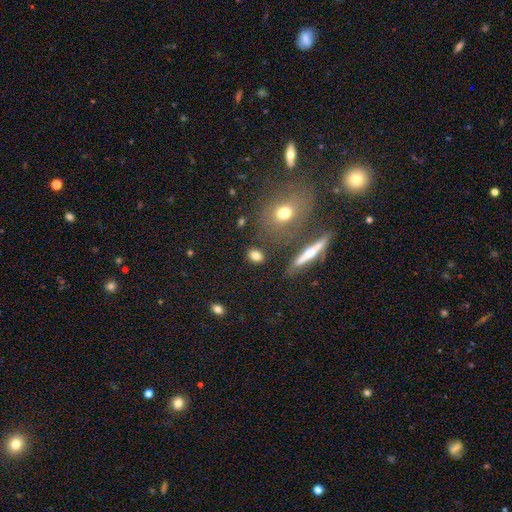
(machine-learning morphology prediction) Smooth or featured? Predicted: smooth (p=0.76). How rounded? Predicted: in between (p=0.66). Merging? Predicted: none (p=0.82).